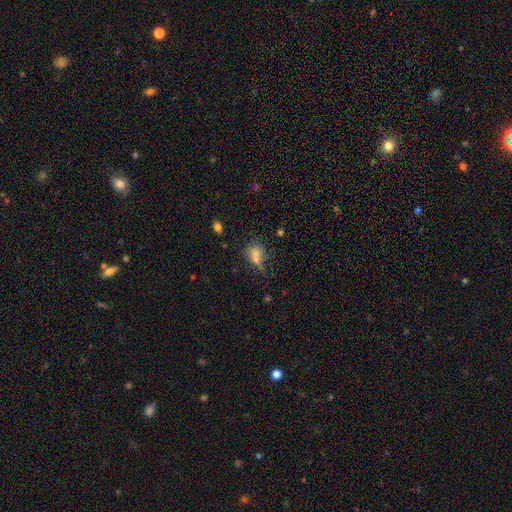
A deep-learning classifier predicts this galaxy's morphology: smooth_or_featured: smooth (p=0.66) [alt: star or artifact p=0.17]
how_rounded: in between (p=0.52) [alt: round p=0.42]
merging: none (p=0.38) [alt: merger p=0.29]